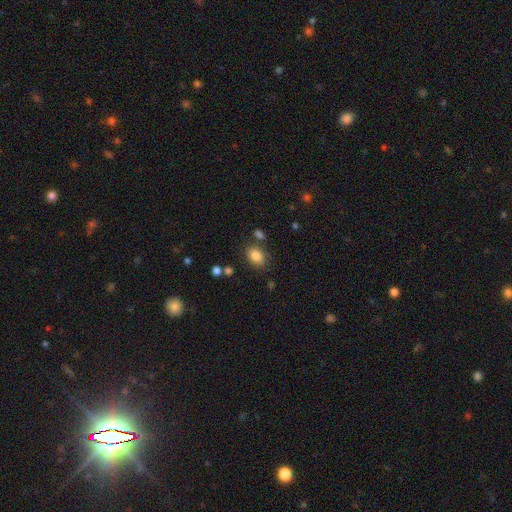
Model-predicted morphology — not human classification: A smooth galaxy with no disk features (85%) that is in between round and cigar-shaped (75%).

Vote fractions:
- Smooth or featured? smooth: 85% / star or artifact: 10% / featured or disk: 6%
- How rounded? in between: 75% / round: 24% / cigar-shaped: 1%
- Merging? none: 74% / minor disturbance: 14% / merger: 7% / major disturbance: 5%